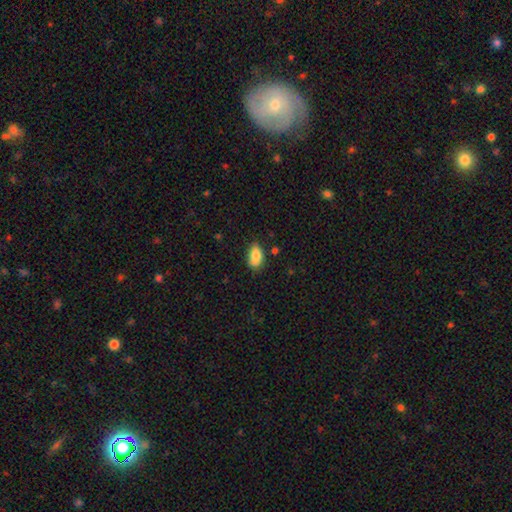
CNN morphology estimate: Overall: smooth (85%). How rounded: in between (90%). Merging: none (71%).